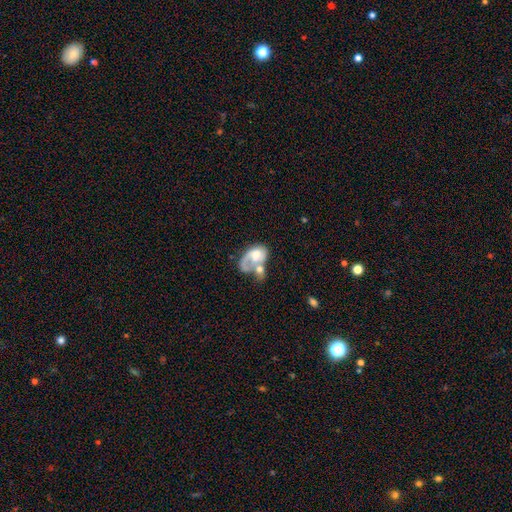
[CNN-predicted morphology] Overall: featured or disk (57%; smooth 36%). Edge-on disk: no (97%). Bar: no (77%). Spiral arms: yes (62%; no 38%). Bulge size: moderate (48%; large 25%). Merging: merger (54%; major disturbance 23%).